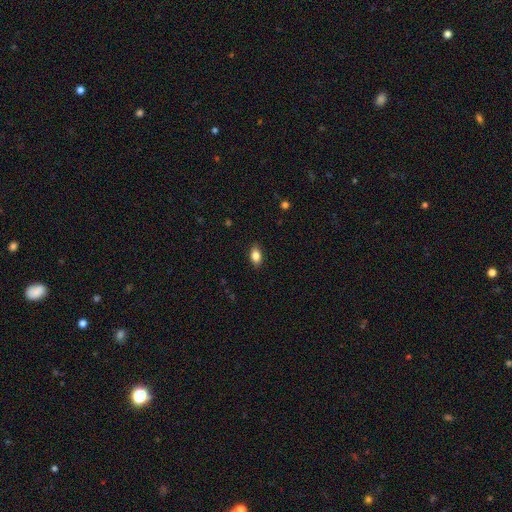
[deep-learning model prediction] Smooth or featured? smooth (84%)
How rounded? in between (87%)
Merging? none (87%)